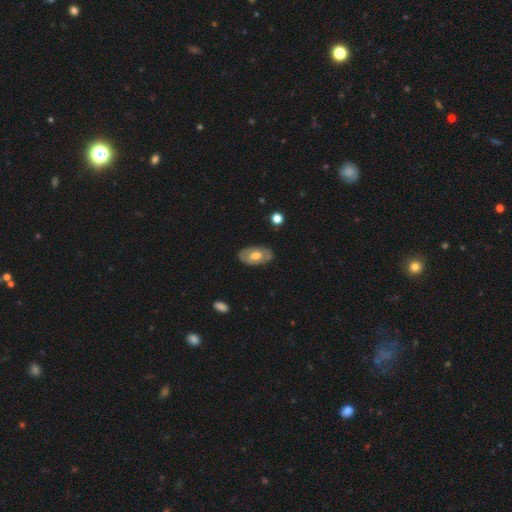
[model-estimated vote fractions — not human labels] Morphology: type=featured or disk (53%); edge-on=no (90%); merging=none (78%).